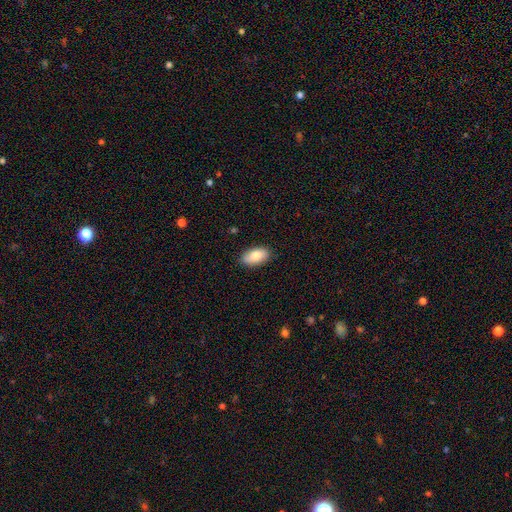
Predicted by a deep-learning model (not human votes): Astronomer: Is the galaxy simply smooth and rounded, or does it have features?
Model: smooth — 84%.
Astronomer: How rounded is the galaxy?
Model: in between — 94%.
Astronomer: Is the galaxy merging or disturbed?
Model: none — 86%.